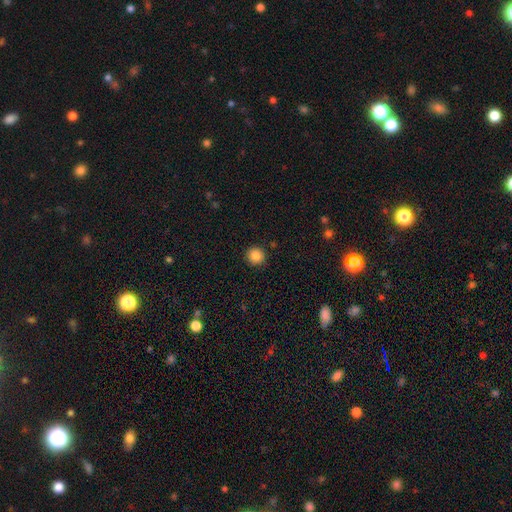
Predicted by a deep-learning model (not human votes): The model was most divided on "smooth or featured": smooth: 86%, star or artifact: 10%, featured or disk: 4%. More confident: how rounded — round (94%); merging — none (91%).